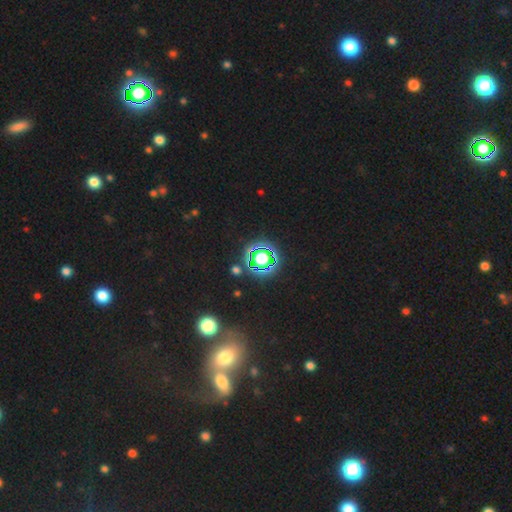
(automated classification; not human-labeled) Smooth or featured? star or artifact (72%)